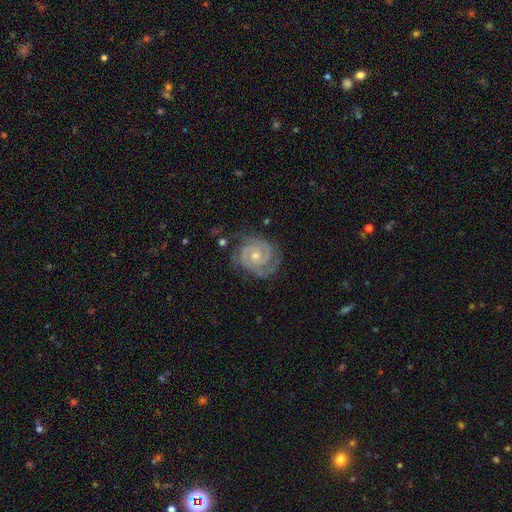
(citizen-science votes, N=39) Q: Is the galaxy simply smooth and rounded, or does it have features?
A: featured or disk — 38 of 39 (97%).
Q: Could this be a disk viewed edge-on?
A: no — 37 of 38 (97%).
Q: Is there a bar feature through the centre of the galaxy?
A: no — 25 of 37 (68%).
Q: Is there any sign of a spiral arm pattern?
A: yes — 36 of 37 (97%).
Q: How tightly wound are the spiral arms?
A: tight — 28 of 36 (78%).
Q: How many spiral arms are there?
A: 2 — 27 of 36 (75%).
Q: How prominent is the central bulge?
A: moderate — 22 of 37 (59%).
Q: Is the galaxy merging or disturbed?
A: none — 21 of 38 (55%).